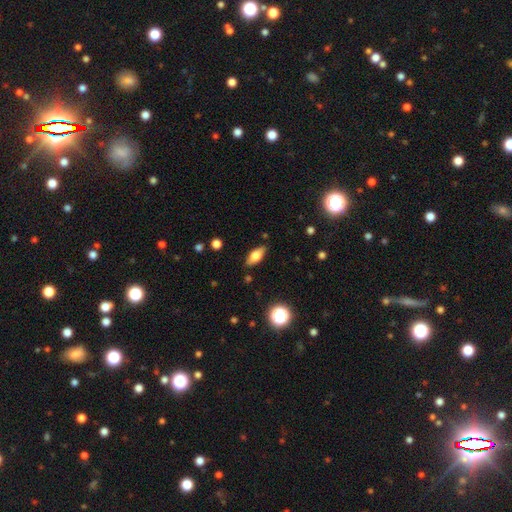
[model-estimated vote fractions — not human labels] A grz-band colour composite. It shows a smooth galaxy with no disk features (62%) that is in between round and cigar-shaped (76%). Merging: none (86%).